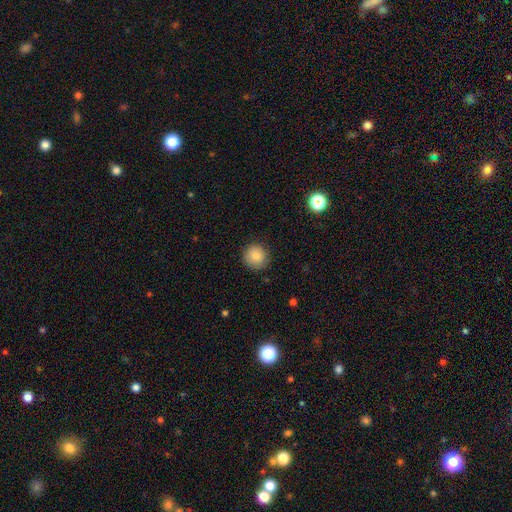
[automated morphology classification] This appears to be a smooth galaxy with no disk features (85%) that is round (93%). Merging: none (86%).